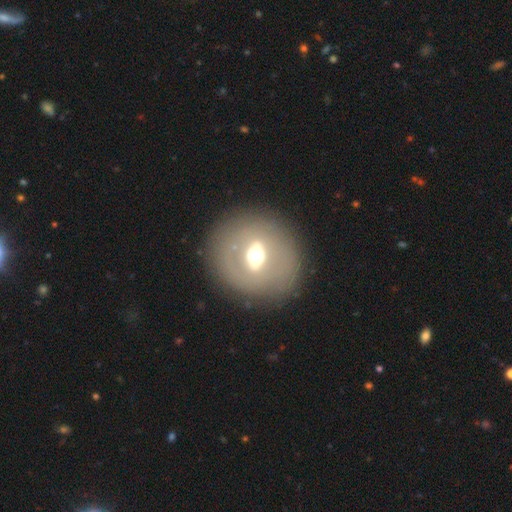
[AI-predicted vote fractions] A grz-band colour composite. It shows a featured or disk galaxy (59%). Merging: none (85%).